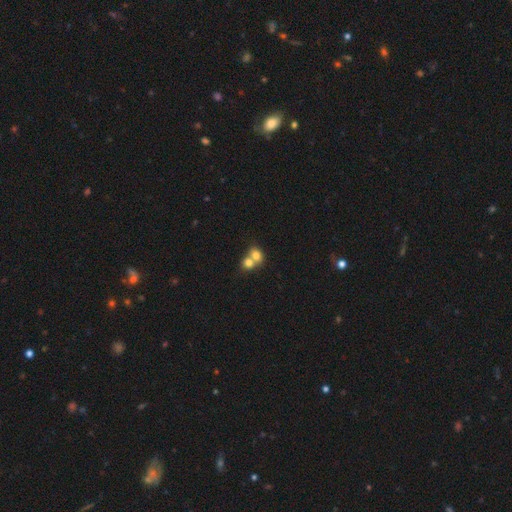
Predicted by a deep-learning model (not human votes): Overall: smooth (77%). How rounded: round (58%; in between 41%). Merging: merger (70%).